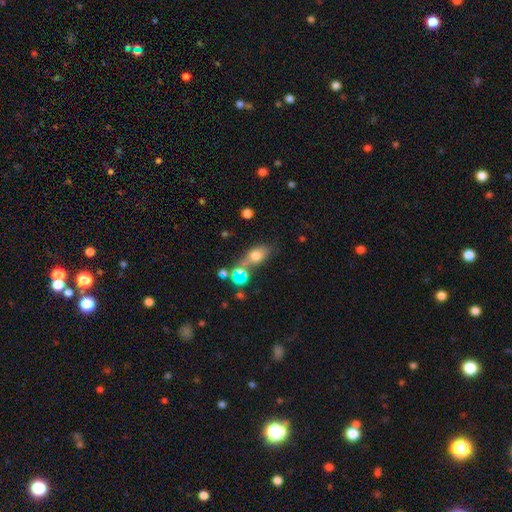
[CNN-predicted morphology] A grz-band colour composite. It shows a smooth galaxy with no disk features (68%) that is in between round and cigar-shaped (71%). Merging: none (42%).